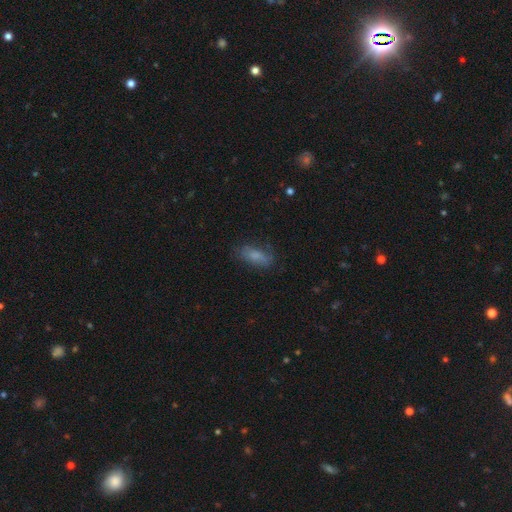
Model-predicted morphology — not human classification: This is likely a smooth galaxy (71%). How rounded: likely in between (78%). Merging: likely none (64%).